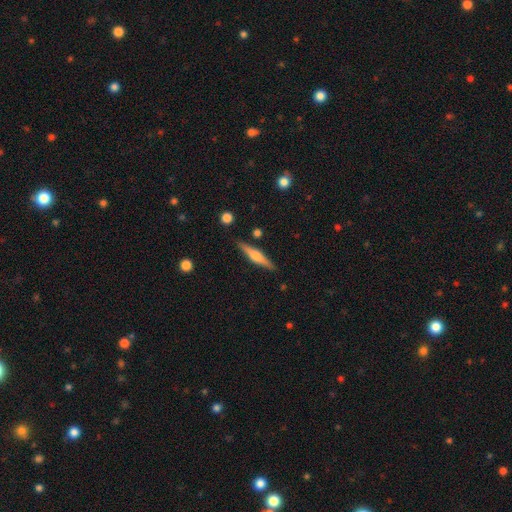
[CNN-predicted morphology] A featured or disk galaxy (60%) viewed edge-on (97%) with a rounded central bulge (81%). Merging: none (88%).